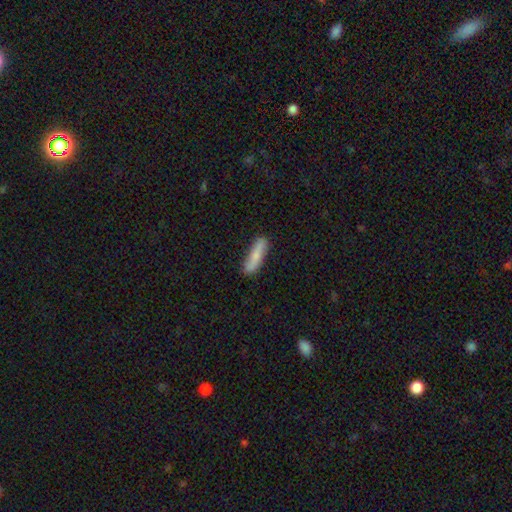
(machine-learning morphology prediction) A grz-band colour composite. It shows a smooth galaxy with no disk features (75%) that is cigar-shaped (74%). Merging: none (83%).